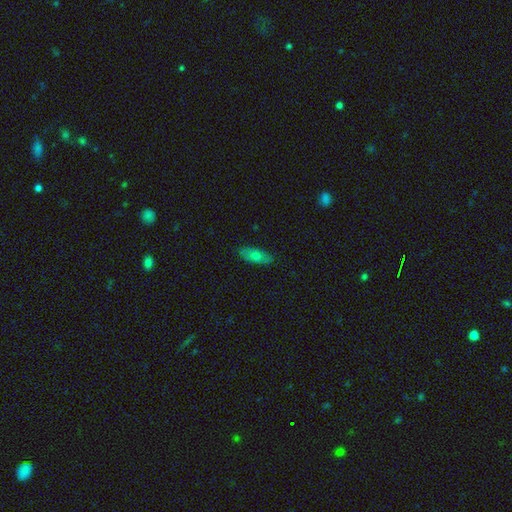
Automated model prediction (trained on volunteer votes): Q: Smooth or featured?
A: smooth (67%); runner-up: featured or disk (26%)
Q: How rounded?
A: in between (81%); runner-up: cigar-shaped (16%)
Q: Merging?
A: none (86%); runner-up: minor disturbance (11%)